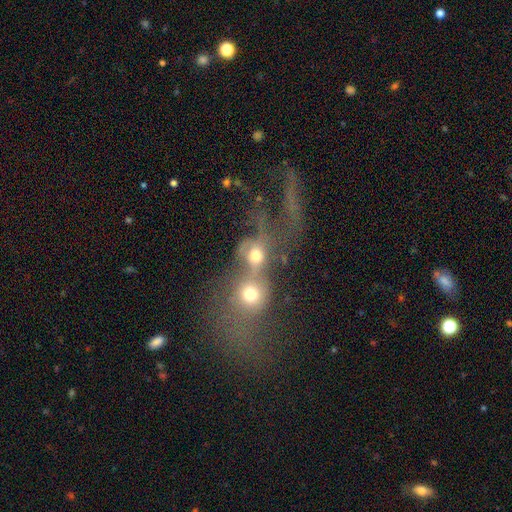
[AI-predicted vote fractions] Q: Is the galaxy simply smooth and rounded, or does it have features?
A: smooth — 55%.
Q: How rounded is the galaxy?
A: round — 68%.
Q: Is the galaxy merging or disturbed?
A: merger — 77%.